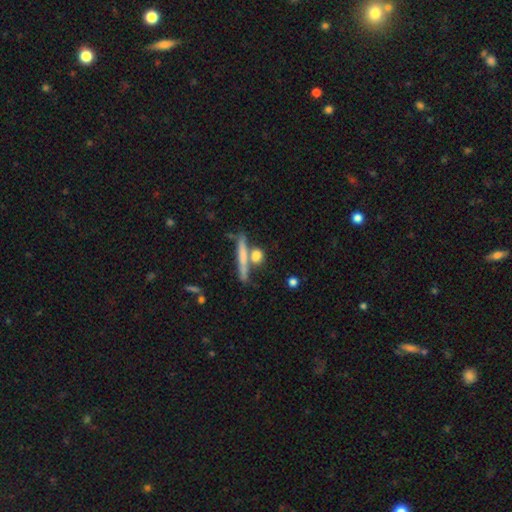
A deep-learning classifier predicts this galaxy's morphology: Q: Smooth or featured?
A: smooth (67%); runner-up: featured or disk (24%)
Q: How rounded?
A: cigar-shaped (54%); runner-up: round (31%)
Q: Merging?
A: none (60%); runner-up: merger (22%)